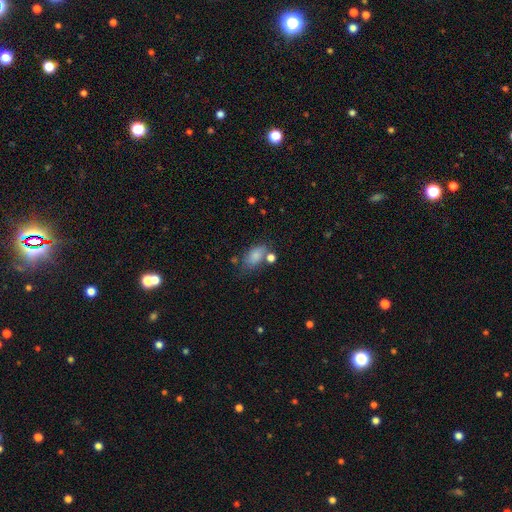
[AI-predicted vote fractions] Smooth or featured? smooth (78%)
How rounded? in between (88%)
Merging? none (49%)